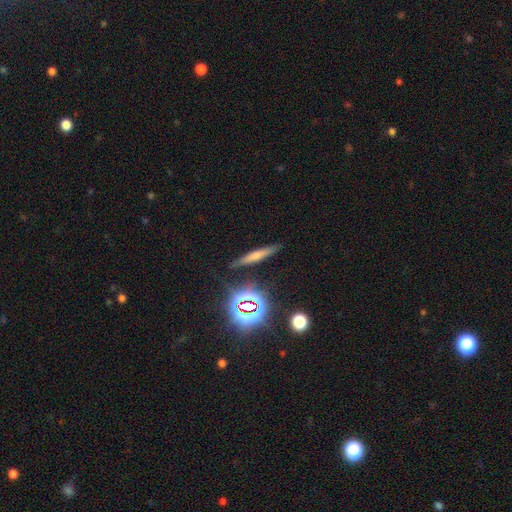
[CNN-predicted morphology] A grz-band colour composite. It shows a smooth galaxy with no disk features (55%) that is cigar-shaped (88%). Merging: none (85%).